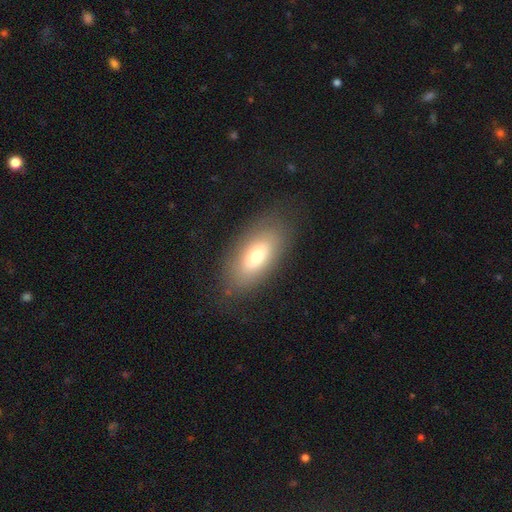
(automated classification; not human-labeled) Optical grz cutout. It shows a smooth galaxy with no disk features (68%) that is in between round and cigar-shaped (87%). Merging: none (80%).